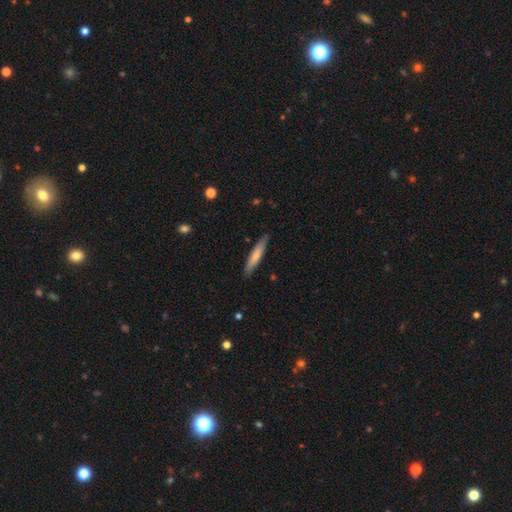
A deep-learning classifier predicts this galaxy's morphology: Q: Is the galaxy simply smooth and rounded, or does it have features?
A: smooth — 70%.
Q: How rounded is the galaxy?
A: cigar-shaped — 91%.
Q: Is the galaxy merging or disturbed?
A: none — 89%.